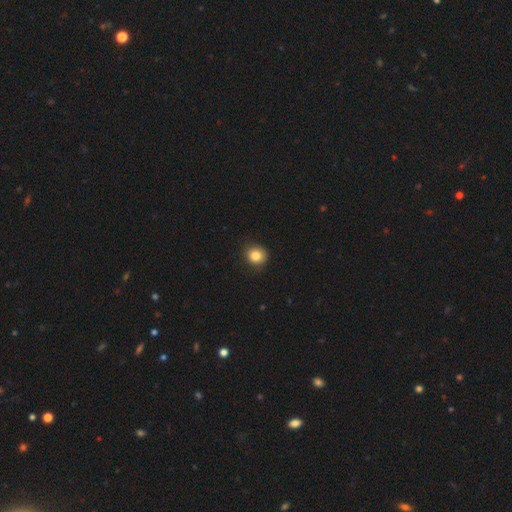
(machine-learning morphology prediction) smooth 84%, star or artifact 11%, featured or disk 6%. Down the decision tree: how rounded — round (85%); merging — none (87%).